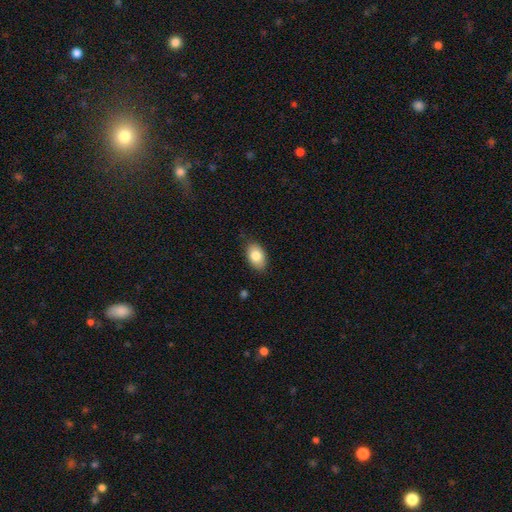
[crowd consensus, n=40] This is clearly a smooth galaxy (85%). How rounded: clearly in between (91%). Merging: likely none (73%).